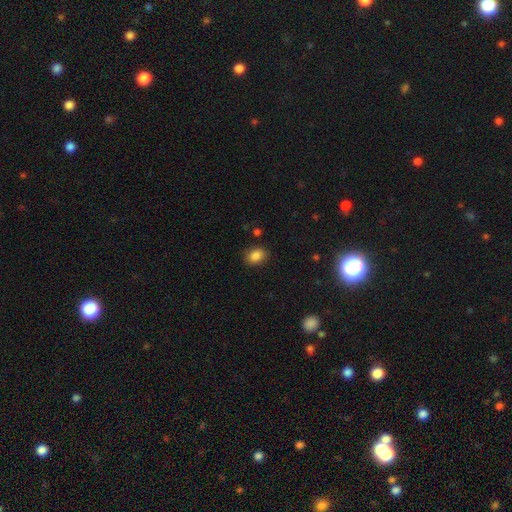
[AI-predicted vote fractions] smooth_or_featured: smooth (p=0.86) [alt: star or artifact p=0.09]
how_rounded: in between (p=0.62) [alt: round p=0.37]
merging: none (p=0.86) [alt: minor disturbance p=0.10]